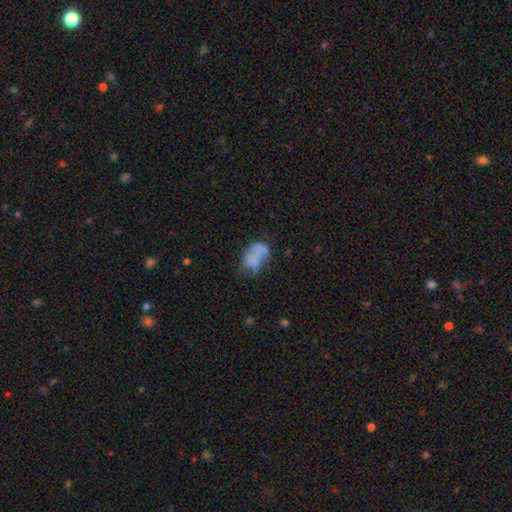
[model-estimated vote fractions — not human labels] The model was most divided on "merging": none: 33%, minor disturbance: 26%, major disturbance: 22%, merger: 19%. More confident: how rounded — in between (79%); smooth or featured — smooth (61%).